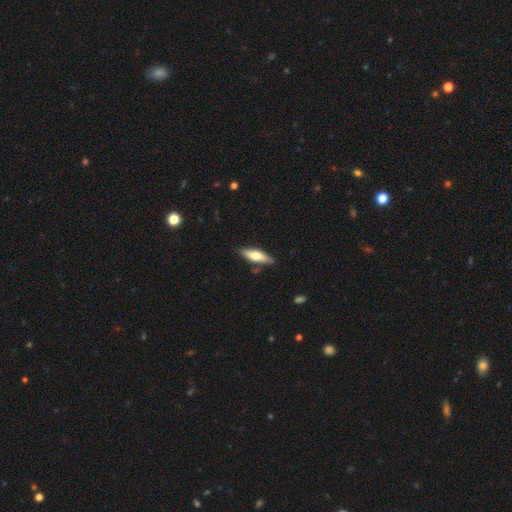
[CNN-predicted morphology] Q: Smooth or featured?
A: smooth (60%); runner-up: featured or disk (34%)
Q: How rounded?
A: cigar-shaped (53%); runner-up: in between (45%)
Q: Merging?
A: none (80%); runner-up: minor disturbance (14%)